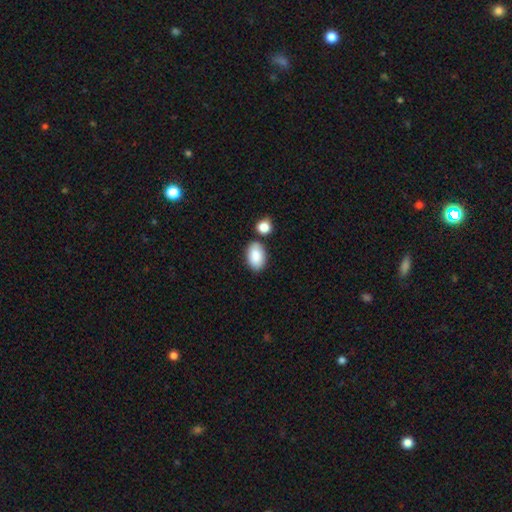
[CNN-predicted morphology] Smooth or featured? smooth (88%)
How rounded? in between (91%)
Merging? none (75%)